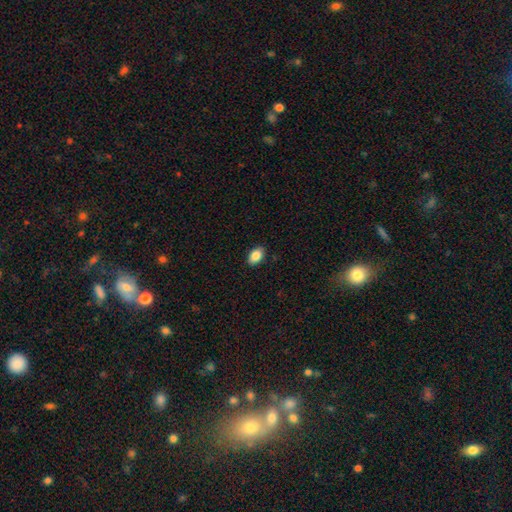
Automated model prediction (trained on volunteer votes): Smooth or featured: smooth — 88% (star or artifact — 8%)
How rounded: in between — 88% (round — 11%)
Merging: none — 88% (minor disturbance — 9%)